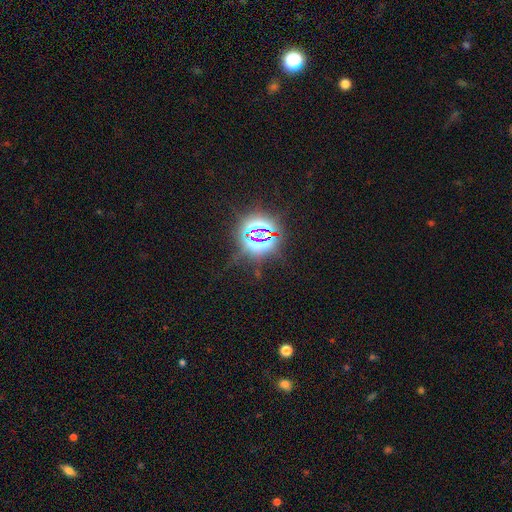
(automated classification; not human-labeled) smooth-or-featured: star or artifact: 84% | smooth: 10% | featured or disk: 7%